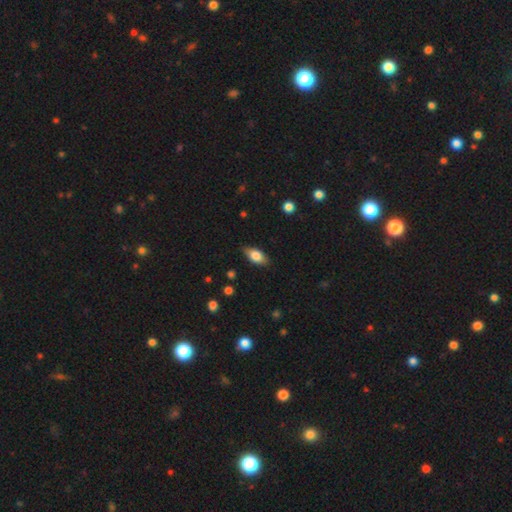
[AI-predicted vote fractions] Smooth or featured: smooth — 74% (featured or disk — 19%)
How rounded: in between — 87% (cigar-shaped — 10%)
Merging: none — 84% (minor disturbance — 13%)